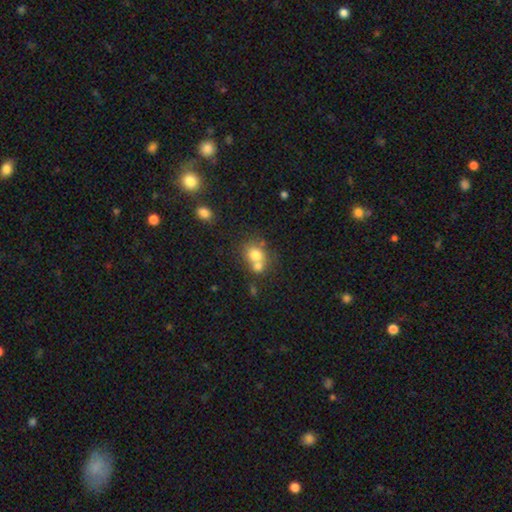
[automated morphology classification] Smooth or featured?
  - smooth: 73% *
  - featured or disk: 16%
  - star or artifact: 11%
How rounded?
  - round: 69% *
  - in between: 30%
  - cigar-shaped: 1%
Merging?
  - merger: 52% *
  - none: 36%
  - minor disturbance: 8%
  - major disturbance: 4%